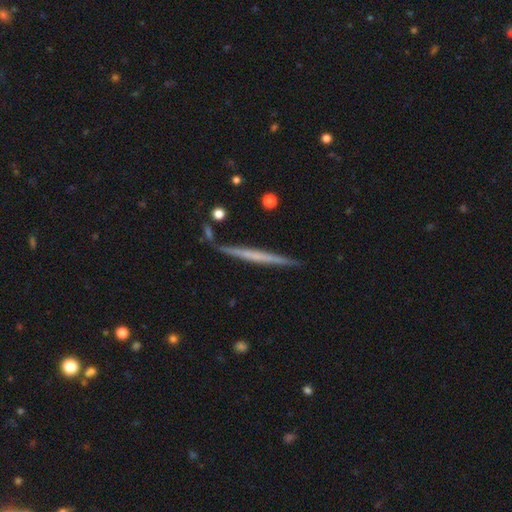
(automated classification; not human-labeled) The model was most divided on "smooth or featured": featured or disk: 59%, smooth: 36%, star or artifact: 6%. More confident: edge-on disk — yes (97%); merging — none (87%); edge-on bulge — none (81%).